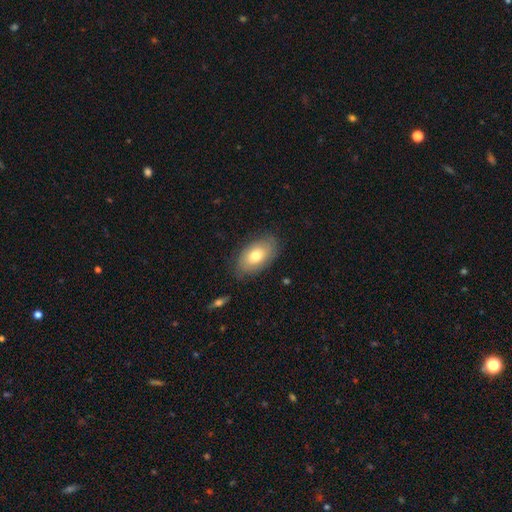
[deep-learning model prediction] This is likely a smooth galaxy (69%). How rounded: clearly in between (92%). Merging: likely none (80%).